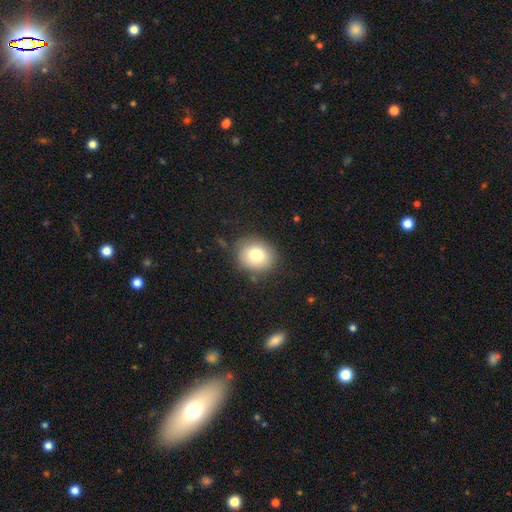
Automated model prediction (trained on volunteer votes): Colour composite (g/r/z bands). It shows a smooth galaxy with no disk features (79%) that is round (72%). Merging: none (83%).